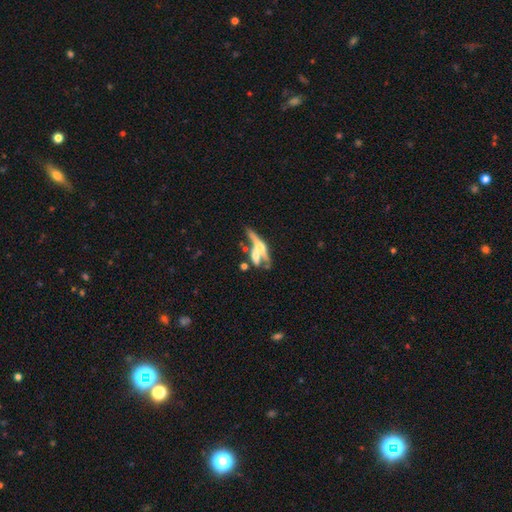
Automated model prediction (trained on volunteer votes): Smooth or featured?
  - featured or disk: 62% *
  - smooth: 29%
  - star or artifact: 9%
Edge-on disk?
  - yes: 71% *
  - no: 29%
Merging?
  - merger: 51% *
  - none: 28%
  - minor disturbance: 11%
  - major disturbance: 10%